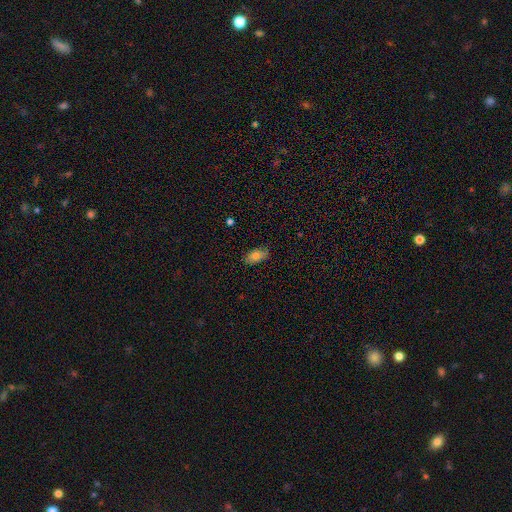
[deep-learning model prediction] A smooth galaxy with no disk features (77%) that is in between round and cigar-shaped (91%). Merging: none (78%).